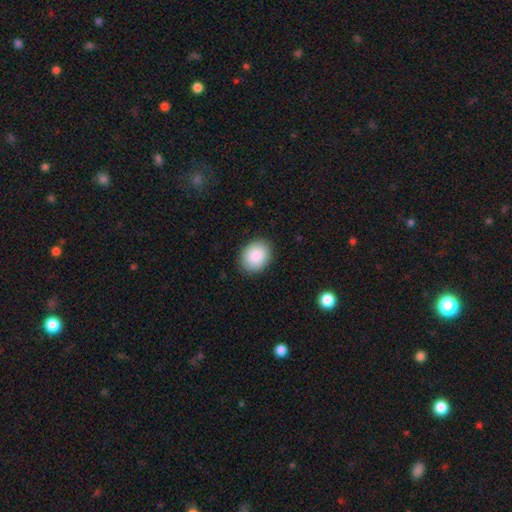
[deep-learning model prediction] Q: Smooth or featured?
A: smooth (89%); runner-up: star or artifact (7%)
Q: How rounded?
A: in between (52%); runner-up: round (47%)
Q: Merging?
A: none (89%); runner-up: minor disturbance (8%)